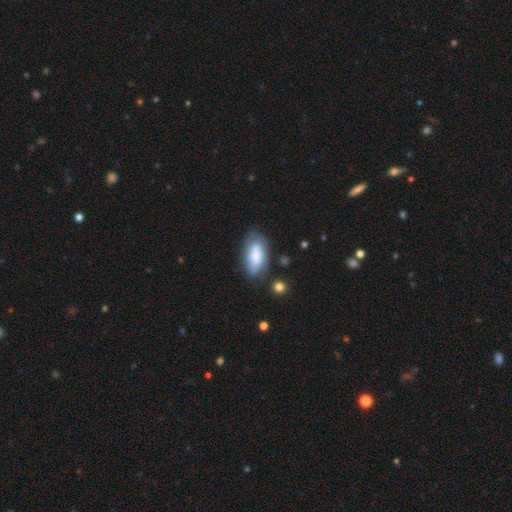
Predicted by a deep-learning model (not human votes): Q: Smooth or featured?
A: smooth (72%); runner-up: featured or disk (21%)
Q: How rounded?
A: in between (90%); runner-up: cigar-shaped (7%)
Q: Merging?
A: none (63%); runner-up: minor disturbance (24%)